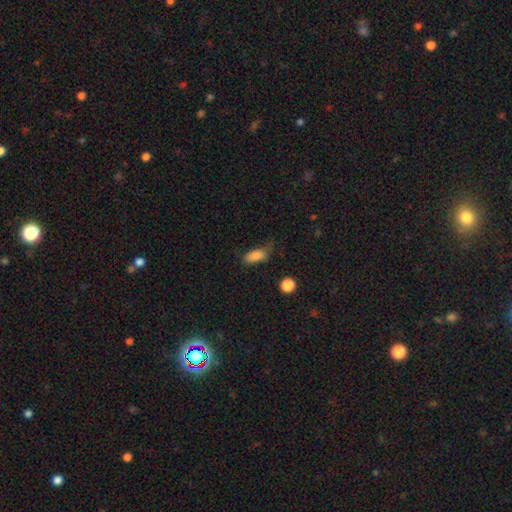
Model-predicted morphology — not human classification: Smooth or featured? Predicted: smooth (p=0.81). How rounded? Predicted: in between (p=0.82). Merging? Predicted: none (p=0.47).